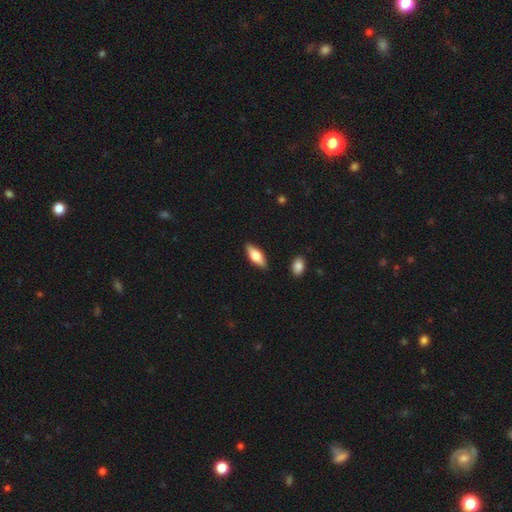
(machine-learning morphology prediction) Q: Smooth or featured?
A: smooth (61%); runner-up: featured or disk (33%)
Q: How rounded?
A: in between (68%); runner-up: cigar-shaped (29%)
Q: Merging?
A: none (87%); runner-up: minor disturbance (9%)